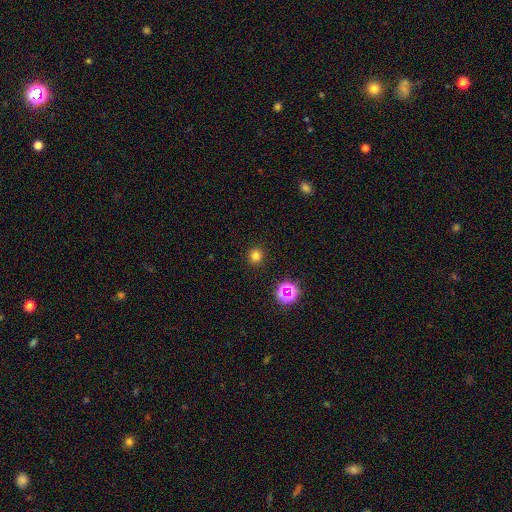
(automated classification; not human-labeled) smooth-or-featured: smooth: 76% | star or artifact: 19% | featured or disk: 5%
  how-rounded: round: 91% | in between: 8% | cigar-shaped: 1%
  merging: none: 91% | minor disturbance: 5% | major disturbance: 2% | merger: 1%